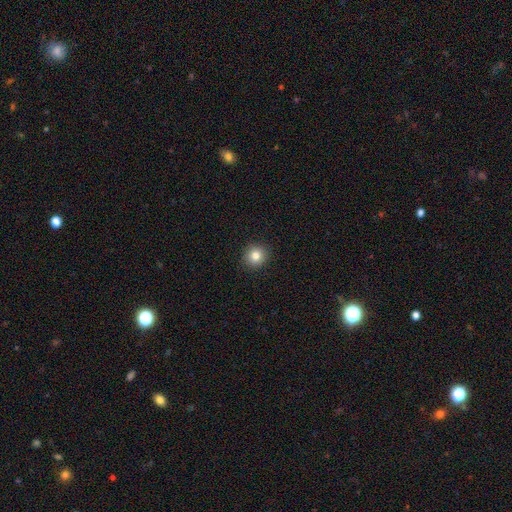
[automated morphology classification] Overall: smooth (82%). How rounded: round (89%). Merging: none (92%).